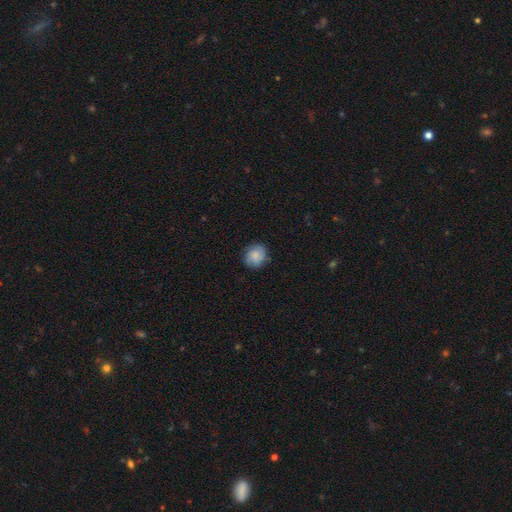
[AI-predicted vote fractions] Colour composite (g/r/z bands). It shows a smooth galaxy with no disk features (75%) that is round (74%). Merging: none (80%).